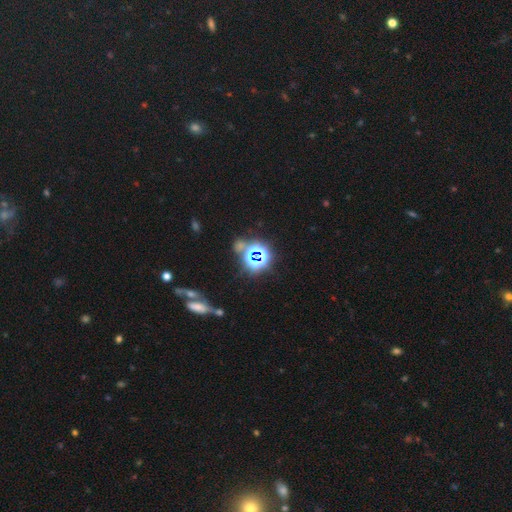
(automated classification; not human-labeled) Smooth or featured: star or artifact — 76% (smooth — 16%)